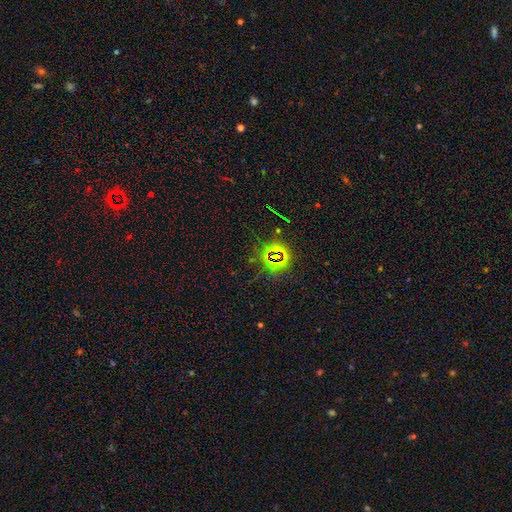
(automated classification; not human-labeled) Smooth or featured? Predicted: star or artifact (p=0.79).